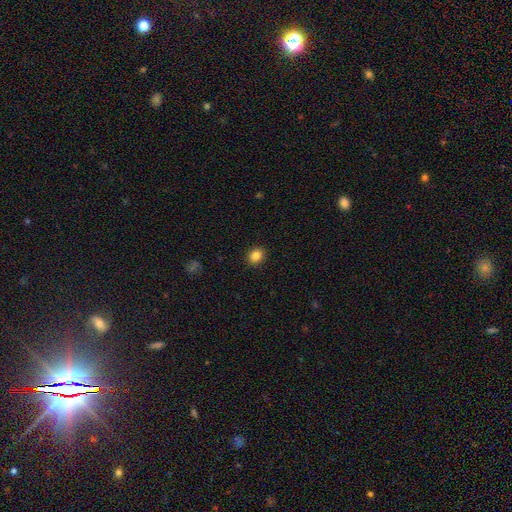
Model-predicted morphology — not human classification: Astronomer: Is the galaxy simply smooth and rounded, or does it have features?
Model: smooth — 85%.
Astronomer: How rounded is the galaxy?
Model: round — 58% (runner-up: in between, 41%).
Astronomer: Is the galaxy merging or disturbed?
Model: none — 90%.